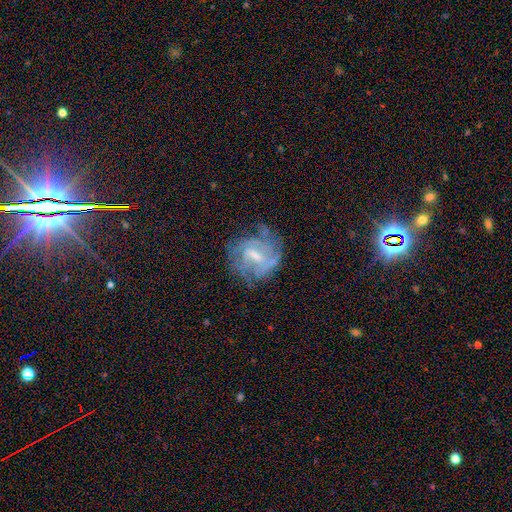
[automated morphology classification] Smooth or featured: featured or disk — 73% (smooth — 19%)
Edge-on disk: no — 97% (yes — 3%)
Bar: weak — 55% (strong — 24%)
Spiral arms: yes — 72% (no — 28%)
Spiral winding: tight — 46% (medium — 37%)
Spiral arm count: can't tell — 47% (2 — 27%)
Bulge size: moderate — 41% (small — 38%)
Merging: none — 53% (minor disturbance — 25%)